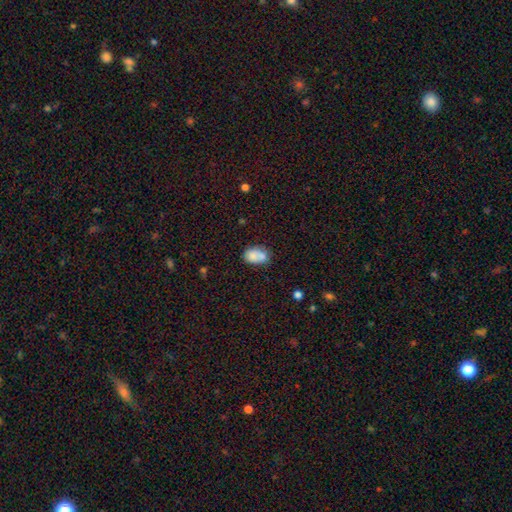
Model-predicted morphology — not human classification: Smooth or featured? Predicted: smooth (p=0.74). How rounded? Predicted: in between (p=0.78). Merging? Predicted: merger (p=0.40).